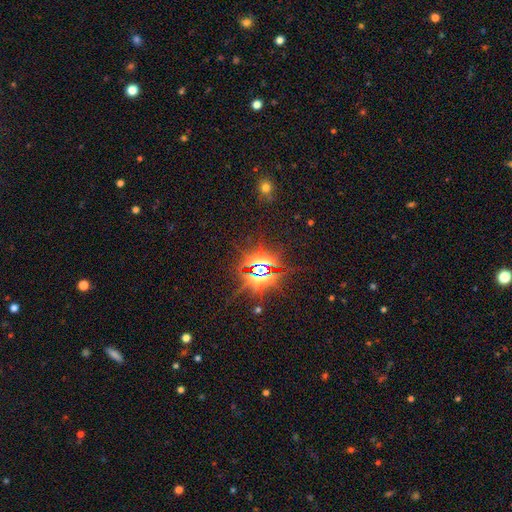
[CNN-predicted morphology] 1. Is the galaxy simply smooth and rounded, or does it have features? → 82% star or artifact, 9% smooth, 9% featured or disk.